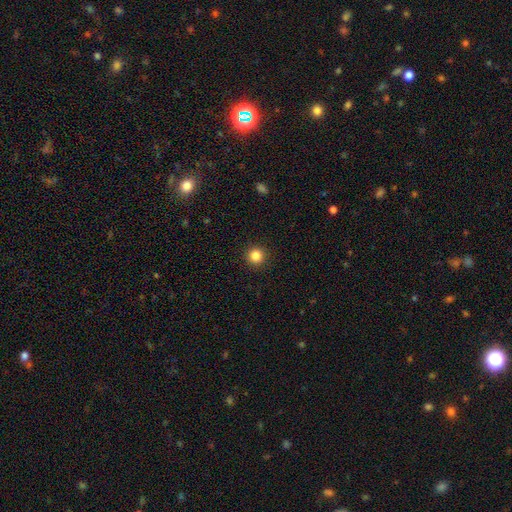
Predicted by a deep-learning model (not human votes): smooth_or_featured: smooth (p=0.85) [alt: star or artifact p=0.11]
how_rounded: round (p=0.95) [alt: in between p=0.04]
merging: none (p=0.93) [alt: minor disturbance p=0.04]